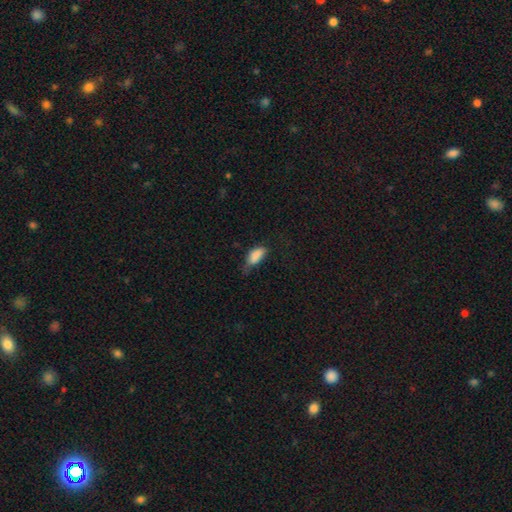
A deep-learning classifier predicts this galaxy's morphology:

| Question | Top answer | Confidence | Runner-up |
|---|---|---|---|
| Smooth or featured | smooth | 84% | featured or disk (8%) |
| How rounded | in between | 88% | cigar-shaped (9%) |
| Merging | minor disturbance | 42% | none (35%) |